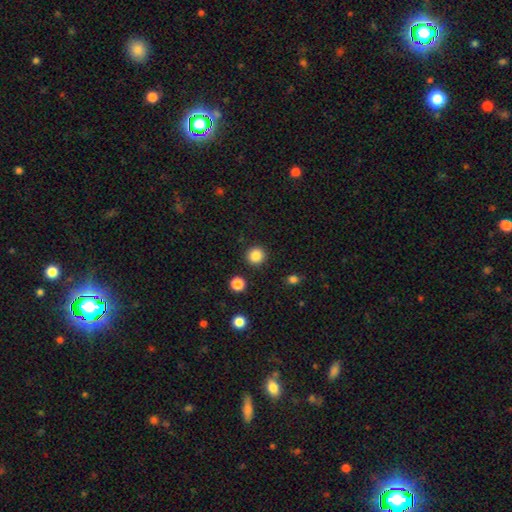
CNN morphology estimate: Overall: smooth (85%). How rounded: round (92%). Merging: none (92%).